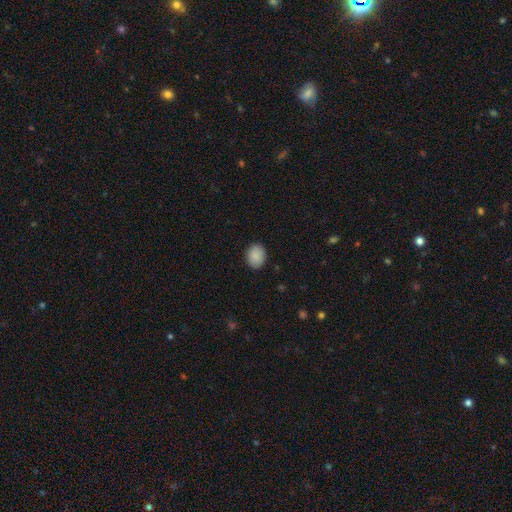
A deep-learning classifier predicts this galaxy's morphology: smooth_or_featured: smooth (p=0.89) [alt: star or artifact p=0.07]
how_rounded: in between (p=0.59) [alt: round p=0.40]
merging: none (p=0.87) [alt: minor disturbance p=0.10]